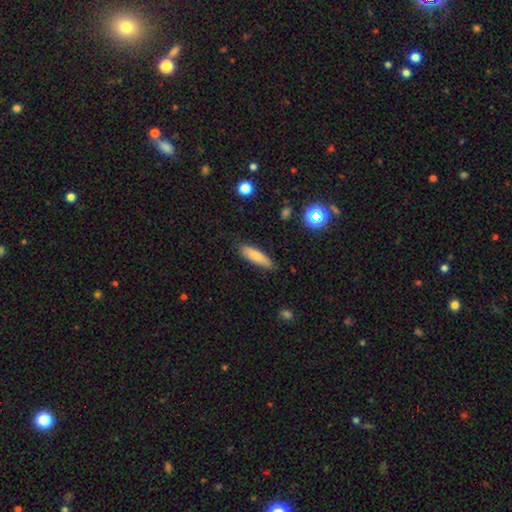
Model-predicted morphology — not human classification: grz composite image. It shows a smooth galaxy with no disk features (75%) that is cigar-shaped (60%). Merging: none (81%).